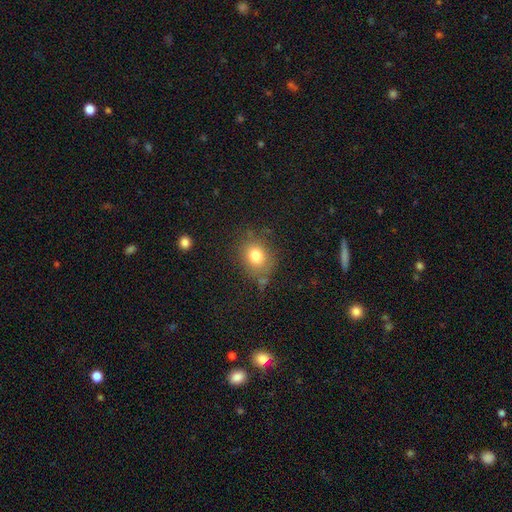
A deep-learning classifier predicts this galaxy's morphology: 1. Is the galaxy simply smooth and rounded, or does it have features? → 79% smooth, 12% star or artifact, 10% featured or disk.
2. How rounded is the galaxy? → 65% round, 34% in between, 1% cigar-shaped.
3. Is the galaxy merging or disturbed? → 74% none, 15% minor disturbance, 5% major disturbance, 5% merger.